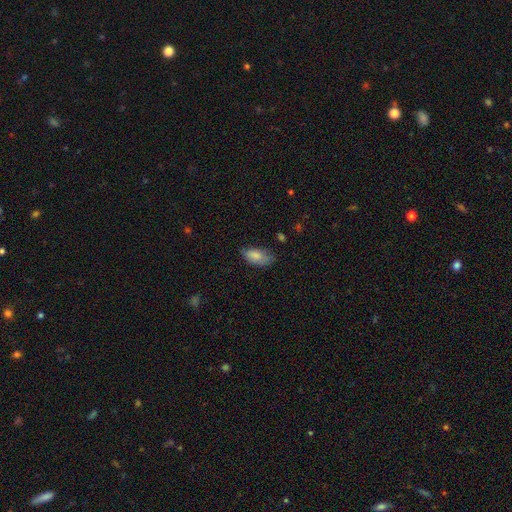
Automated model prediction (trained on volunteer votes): Smooth or featured?
  - smooth: 84% *
  - featured or disk: 9%
  - star or artifact: 7%
How rounded?
  - in between: 92% *
  - cigar-shaped: 5%
  - round: 3%
Merging?
  - none: 60% *
  - minor disturbance: 31%
  - major disturbance: 7%
  - merger: 2%